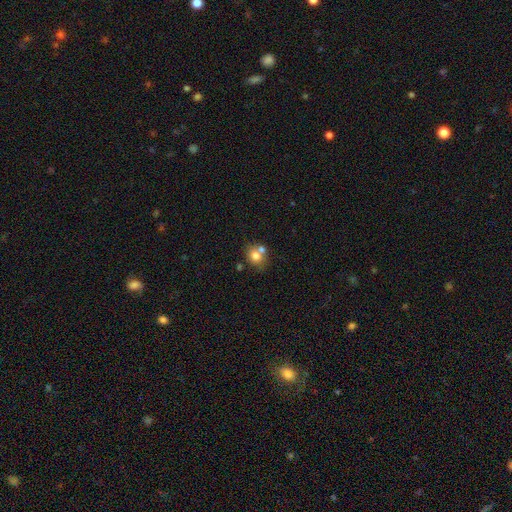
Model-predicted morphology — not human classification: A smooth galaxy with no disk features (74%) that is round (67%).

Vote fractions:
- Smooth or featured? smooth: 74% / featured or disk: 15% / star or artifact: 11%
- How rounded? round: 67% / in between: 32% / cigar-shaped: 1%
- Merging? none: 50% / merger: 35% / minor disturbance: 11% / major disturbance: 4%